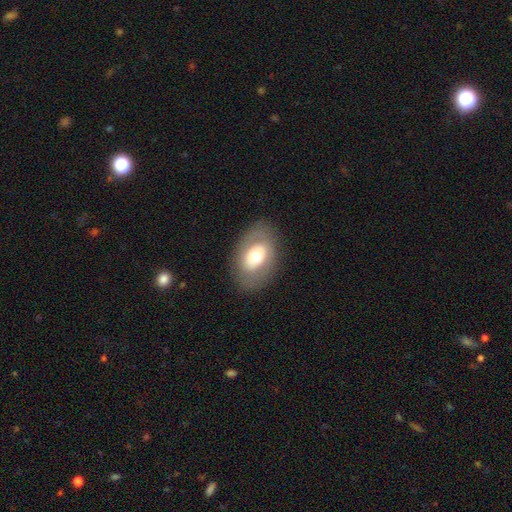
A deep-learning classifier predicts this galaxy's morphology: The model was most divided on "smooth or featured": smooth: 57%, featured or disk: 36%, star or artifact: 7%. More confident: how rounded — in between (84%); merging — none (81%).